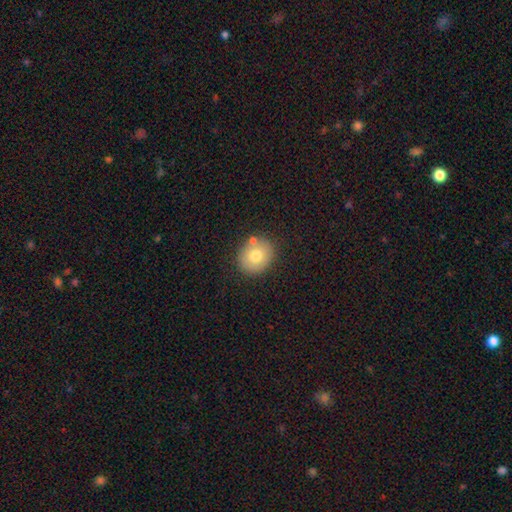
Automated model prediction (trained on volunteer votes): smooth 74%, featured or disk 16%, star or artifact 10%. Down the decision tree: how rounded — round (75%); merging — none (77%).